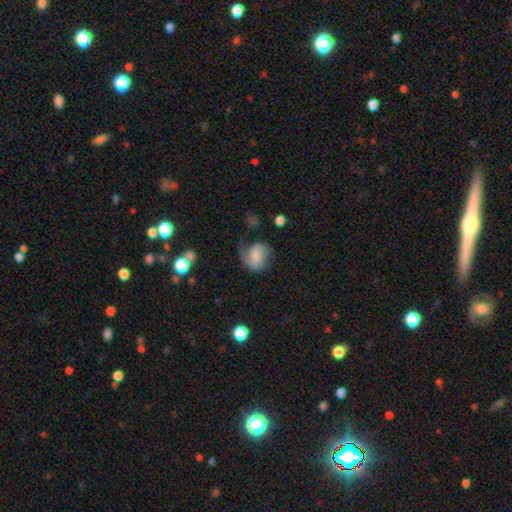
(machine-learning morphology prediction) smooth_or_featured: featured or disk (p=0.57) [alt: smooth p=0.35]
disk_edge_on: no (p=0.97) [alt: yes p=0.03]
bar: no (p=0.49) [alt: weak p=0.39]
has_spiral_arms: yes (p=0.90) [alt: no p=0.10]
spiral_winding: medium (p=0.41) [alt: loose p=0.38]
spiral_arm_count: 2 (p=0.52) [alt: 1 p=0.39]
bulge_size: none (p=0.37) [alt: small p=0.25]
merging: none (p=0.45) [alt: major disturbance p=0.28]